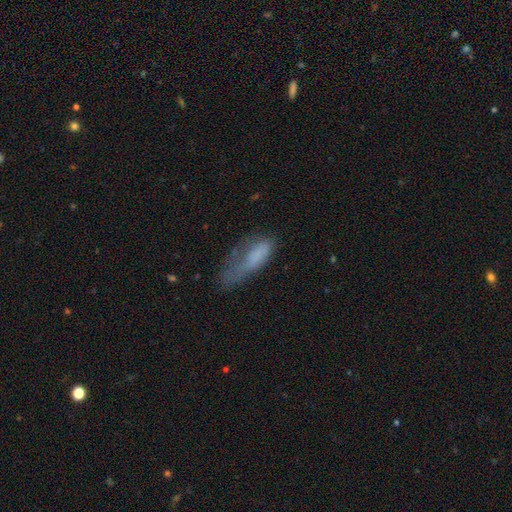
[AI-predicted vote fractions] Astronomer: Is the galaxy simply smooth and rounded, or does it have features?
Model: smooth — 65%.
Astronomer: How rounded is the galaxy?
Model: in between — 66%.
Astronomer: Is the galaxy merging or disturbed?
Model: major disturbance — 41% (runner-up: minor disturbance, 28%).